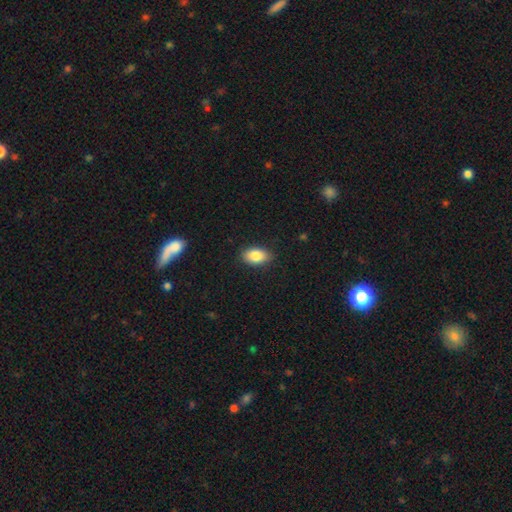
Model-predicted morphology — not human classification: A smooth galaxy with no disk features (85%) that is in between round and cigar-shaped (89%). Merging: none (85%).